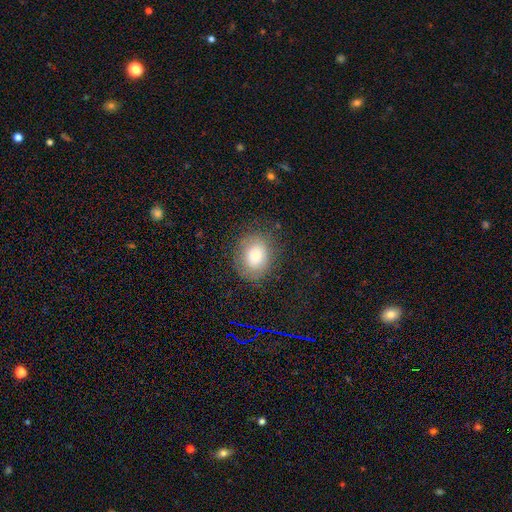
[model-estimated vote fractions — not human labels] This appears to be a smooth galaxy with no disk features (69%) that is in between round and cigar-shaped (52%). Merging: none (76%).